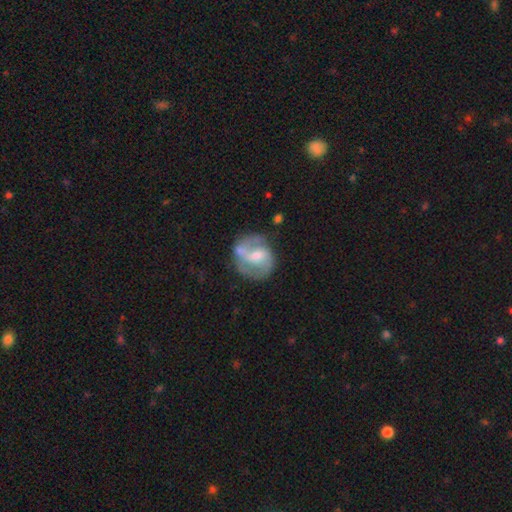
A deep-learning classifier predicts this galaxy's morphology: The model was most divided on "bulge size": moderate: 49%, small: 43%, none: 4%, large: 3%, dominant: 1%. Remaining: edge-on disk — no (98%); spiral arms — yes (87%); spiral arm count — 2 (79%); smooth or featured — featured or disk (75%); merging — none (58%); spiral winding — medium (49%); bar — weak (47%).